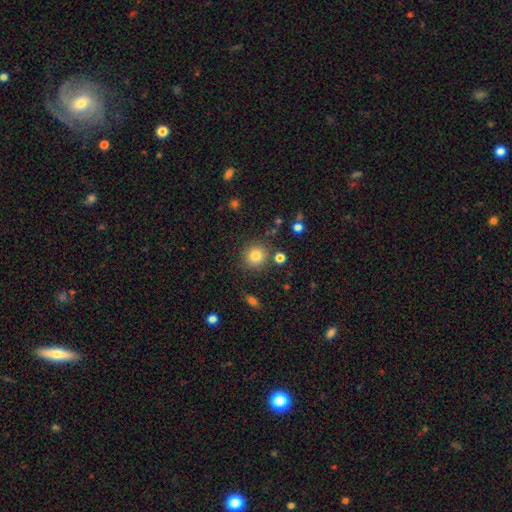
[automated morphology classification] Q: Smooth or featured?
A: smooth (81%); runner-up: star or artifact (12%)
Q: How rounded?
A: round (91%); runner-up: in between (8%)
Q: Merging?
A: none (83%); runner-up: minor disturbance (9%)